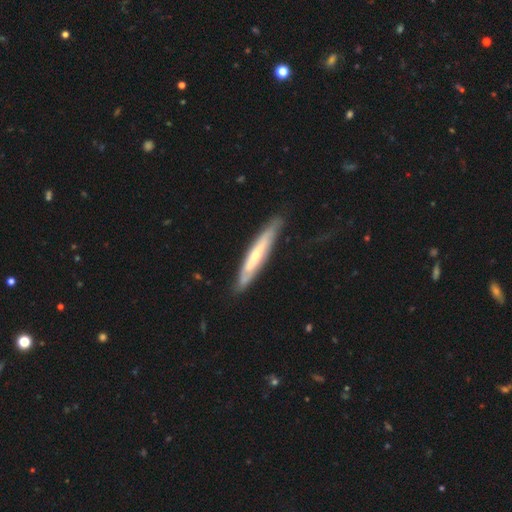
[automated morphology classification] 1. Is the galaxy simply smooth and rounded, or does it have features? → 65% featured or disk, 31% smooth, 5% star or artifact.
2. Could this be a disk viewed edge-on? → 71% yes, 29% no.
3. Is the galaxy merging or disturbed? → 78% none, 16% minor disturbance, 4% major disturbance, 2% merger.